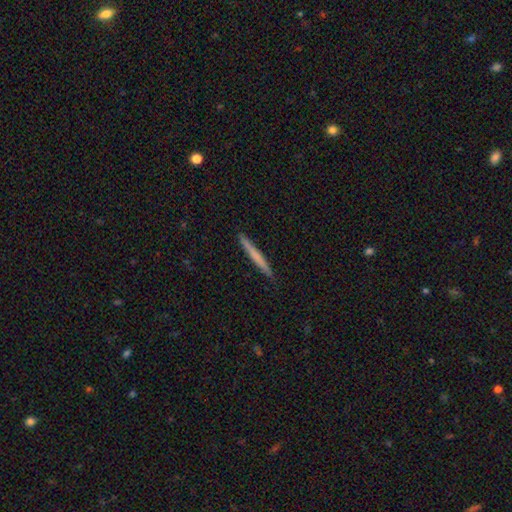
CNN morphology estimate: smooth 61%, featured or disk 34%, star or artifact 5%. Down the decision tree: how rounded — cigar-shaped (97%); merging — none (92%).